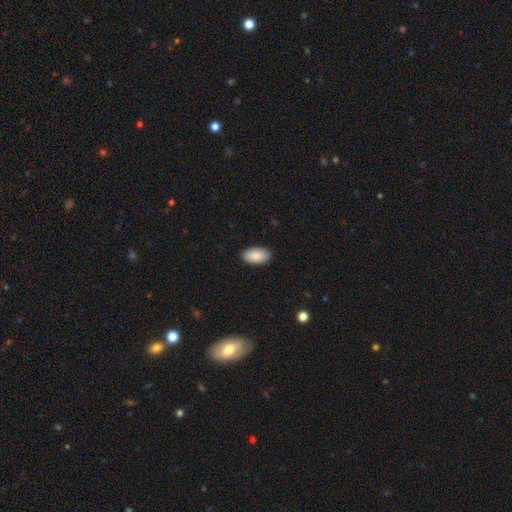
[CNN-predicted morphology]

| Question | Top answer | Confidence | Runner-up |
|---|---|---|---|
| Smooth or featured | smooth | 88% | star or artifact (6%) |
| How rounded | in between | 95% | round (3%) |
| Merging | none | 89% | minor disturbance (8%) |